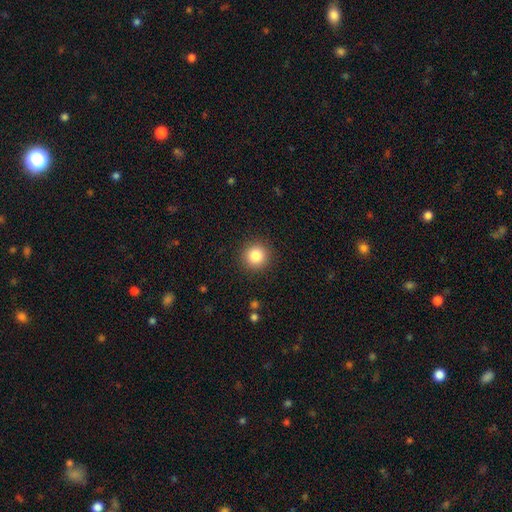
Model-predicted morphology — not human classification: This is clearly a smooth galaxy (84%). How rounded: clearly round (95%). Merging: clearly none (91%).